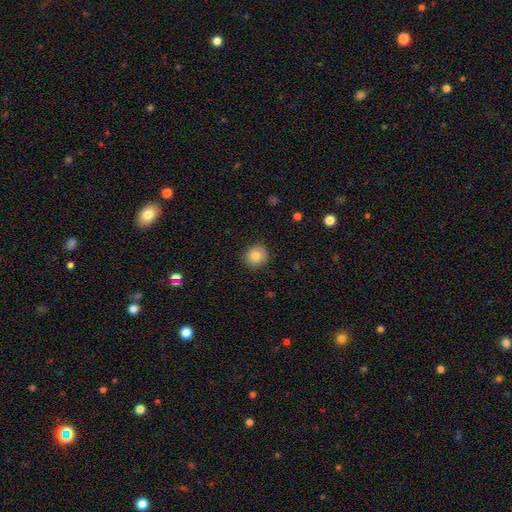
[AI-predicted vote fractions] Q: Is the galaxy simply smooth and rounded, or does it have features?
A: smooth — 85%.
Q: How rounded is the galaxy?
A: round — 87%.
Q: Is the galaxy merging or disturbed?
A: none — 87%.